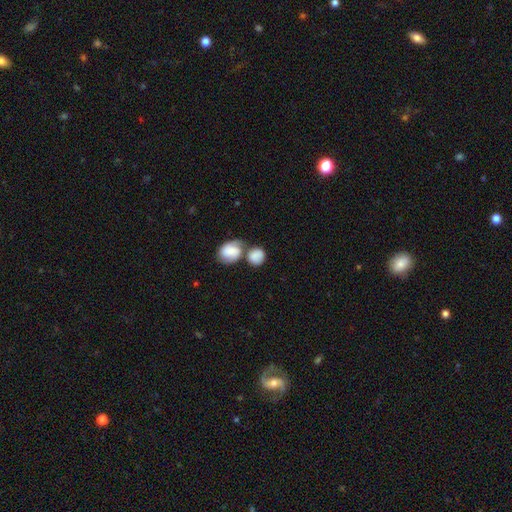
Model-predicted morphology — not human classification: Smooth or featured? Predicted: smooth (p=0.76). How rounded? Predicted: round (p=0.63). Merging? Predicted: merger (p=0.55).